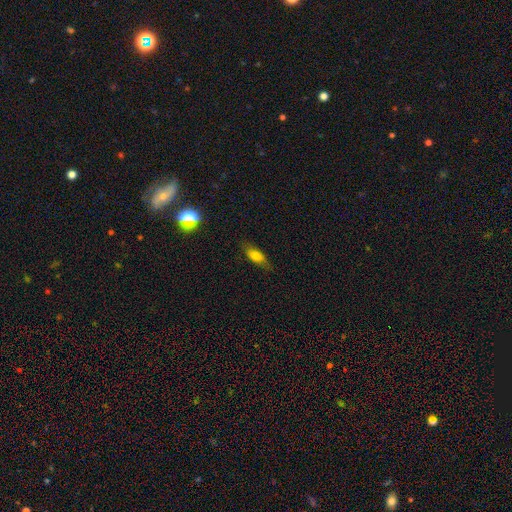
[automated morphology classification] A smooth galaxy with no disk features (70%) that is in between round and cigar-shaped (66%).

Vote fractions:
- Smooth or featured? smooth: 70% / featured or disk: 20% / star or artifact: 10%
- How rounded? in between: 66% / cigar-shaped: 31% / round: 4%
- Merging? none: 76% / minor disturbance: 18% / major disturbance: 5% / merger: 1%